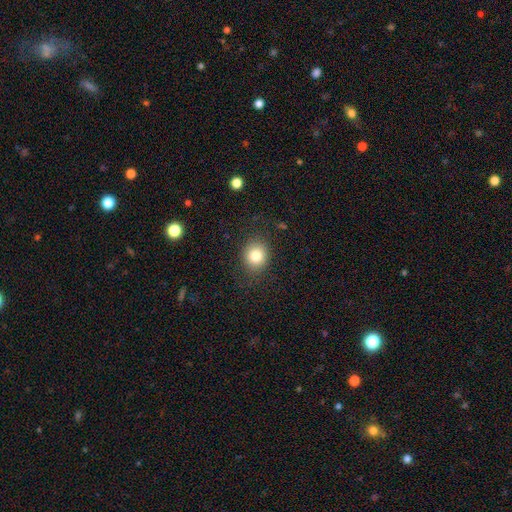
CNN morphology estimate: smooth-or-featured: smooth: 80% | star or artifact: 11% | featured or disk: 9%
  how-rounded: round: 70% | in between: 29% | cigar-shaped: 1%
  merging: none: 83% | minor disturbance: 11% | major disturbance: 4% | merger: 1%